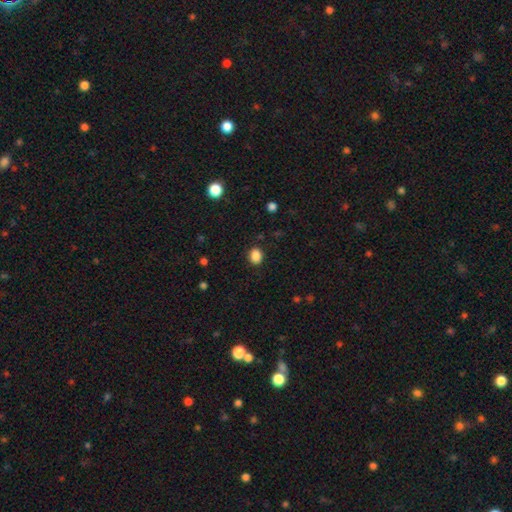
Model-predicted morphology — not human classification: Smooth or featured: smooth — 87% (star or artifact — 10%)
How rounded: round — 50% (in between — 49%)
Merging: none — 88% (minor disturbance — 8%)